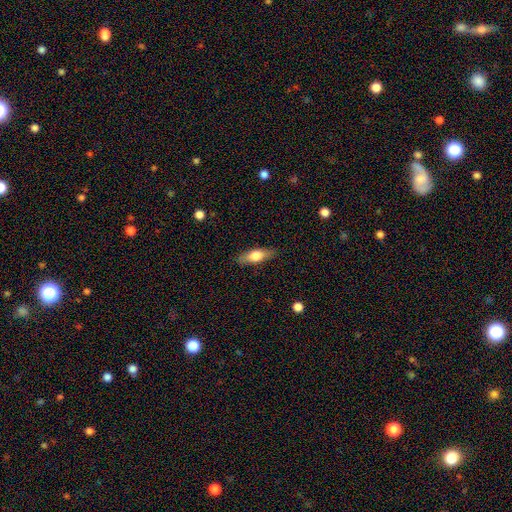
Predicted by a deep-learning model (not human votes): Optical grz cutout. It shows a smooth galaxy with no disk features (66%) that is in between round and cigar-shaped (61%). Merging: none (86%).